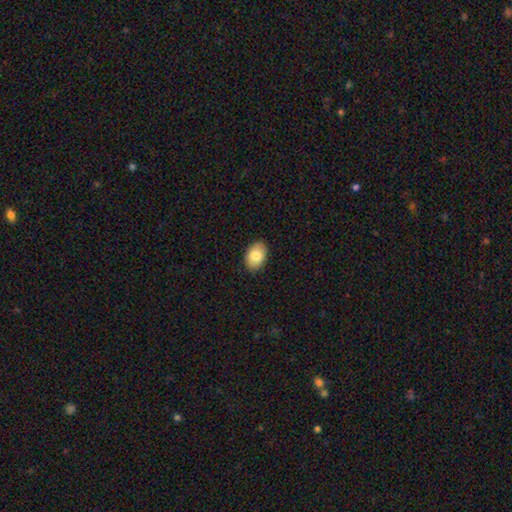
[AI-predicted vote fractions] This is clearly a smooth galaxy (82%). How rounded: clearly in between (84%). Merging: clearly none (89%).